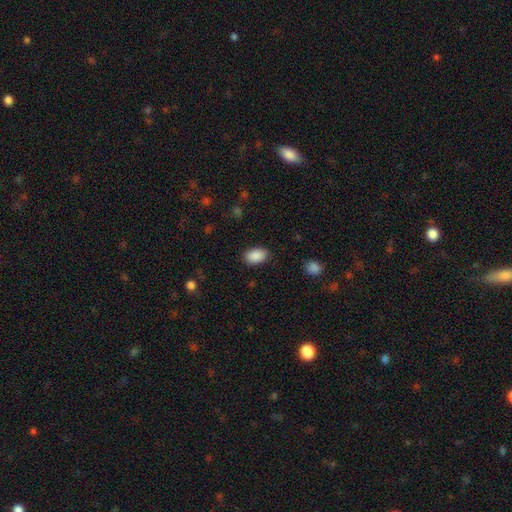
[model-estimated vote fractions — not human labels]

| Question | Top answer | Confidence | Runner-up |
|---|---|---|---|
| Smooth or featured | smooth | 90% | star or artifact (7%) |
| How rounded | in between | 90% | round (8%) |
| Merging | none | 85% | minor disturbance (11%) |